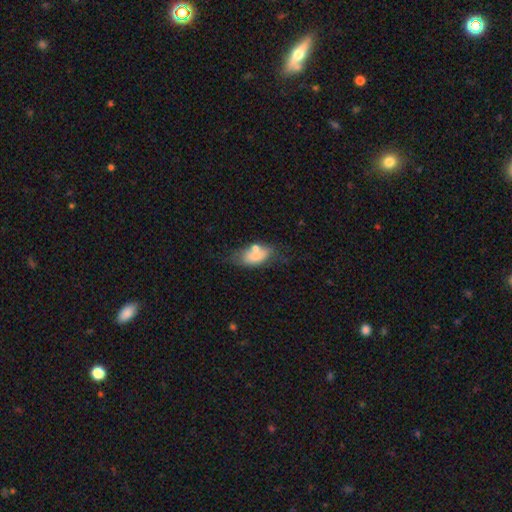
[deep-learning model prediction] Morphology: type=smooth (71%); roundness=in between (89%); merging=none (44%).